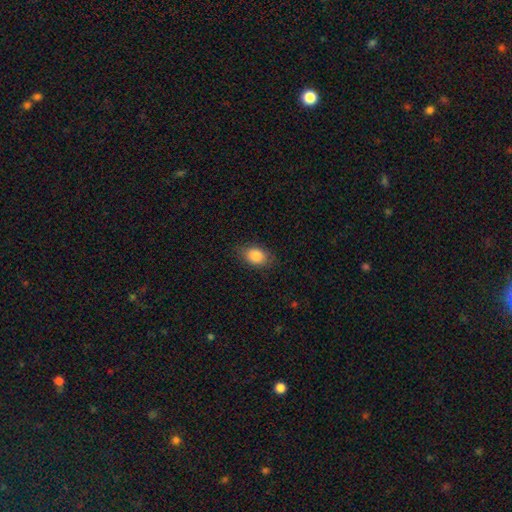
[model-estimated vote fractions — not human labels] Q: Smooth or featured?
A: smooth (86%); runner-up: star or artifact (8%)
Q: How rounded?
A: in between (76%); runner-up: round (22%)
Q: Merging?
A: none (83%); runner-up: minor disturbance (13%)